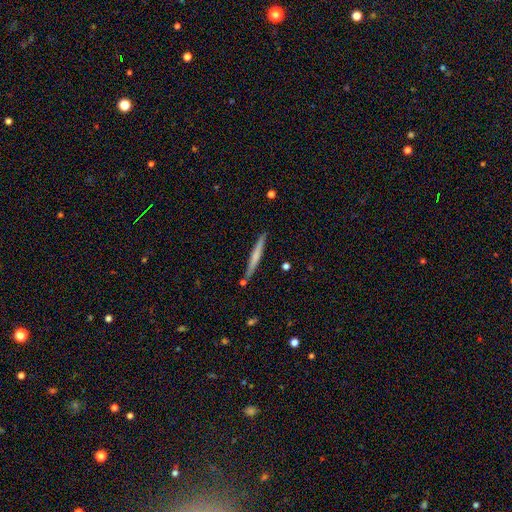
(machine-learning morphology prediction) Smooth or featured? smooth (48%)
Merging? none (86%)